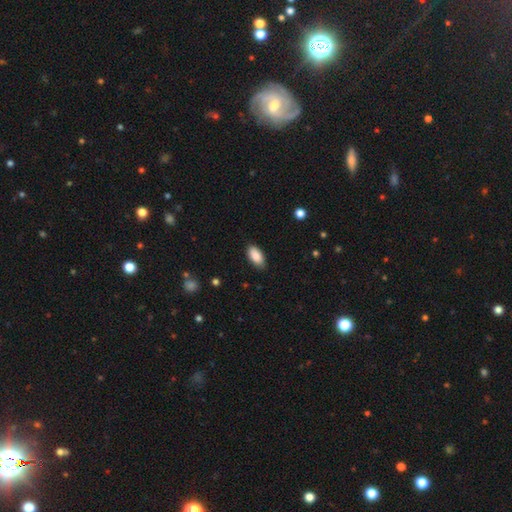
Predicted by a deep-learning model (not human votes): Smooth or featured? Predicted: smooth (p=0.87). How rounded? Predicted: in between (p=0.93). Merging? Predicted: none (p=0.86).